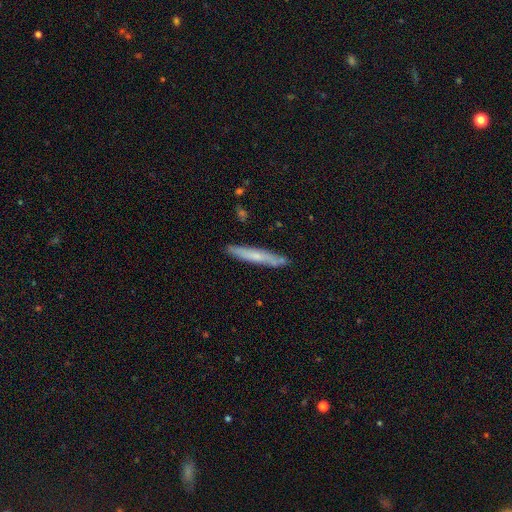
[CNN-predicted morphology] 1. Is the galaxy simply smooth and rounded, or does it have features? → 54% smooth, 40% featured or disk, 6% star or artifact.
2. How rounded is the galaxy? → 95% cigar-shaped, 4% in between, 1% round.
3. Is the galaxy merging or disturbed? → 85% none, 11% minor disturbance, 2% merger, 2% major disturbance.